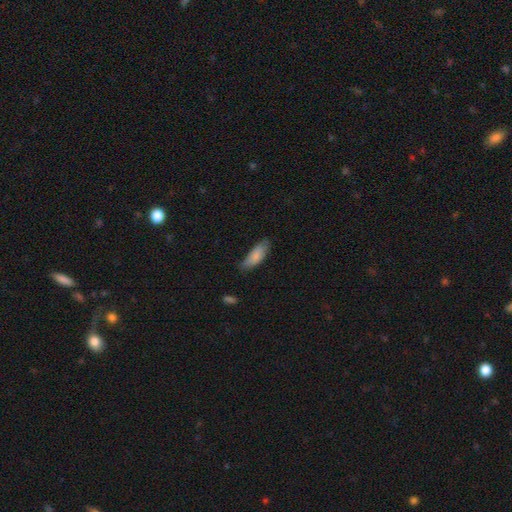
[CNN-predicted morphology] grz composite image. It shows a smooth galaxy with no disk features (83%) that is in between round and cigar-shaped (70%). Merging: none (66%).